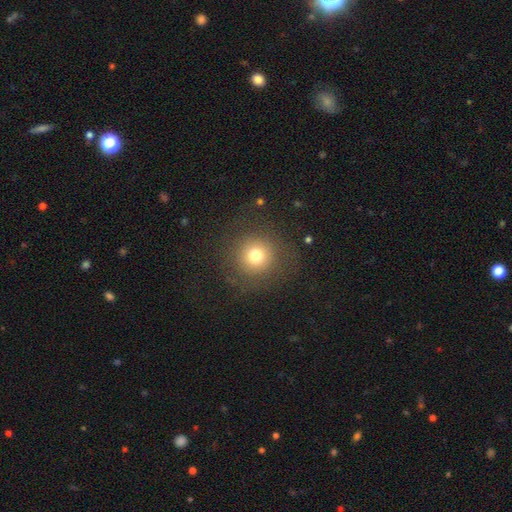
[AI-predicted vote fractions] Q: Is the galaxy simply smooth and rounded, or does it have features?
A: smooth — 74%.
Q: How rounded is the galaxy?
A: round — 94%.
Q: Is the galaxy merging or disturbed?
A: none — 83%.